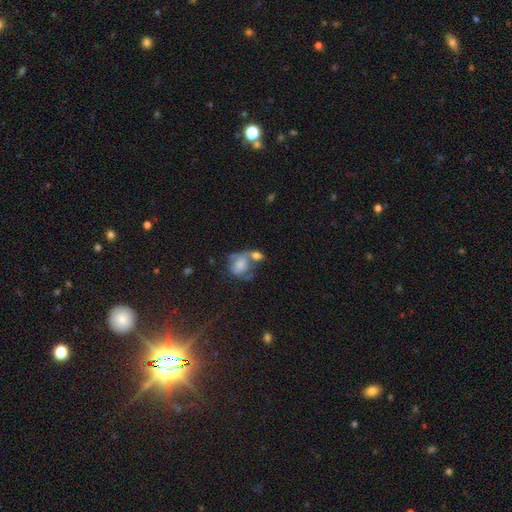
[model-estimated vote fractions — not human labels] Morphology: type=smooth (64%); roundness=in between (65%); merging=merger (52%).